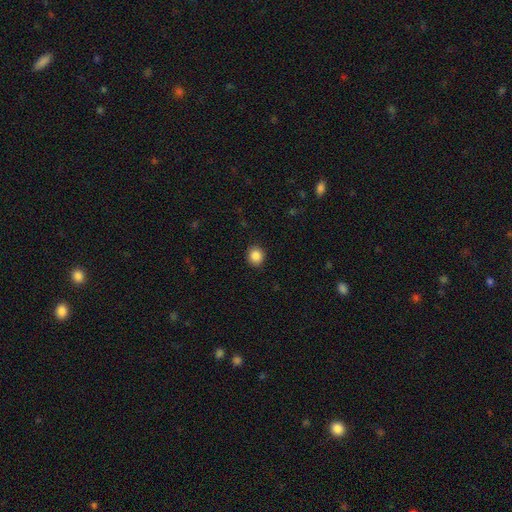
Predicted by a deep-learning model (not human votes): A smooth galaxy with no disk features (87%) that is round (83%). Merging: none (91%).